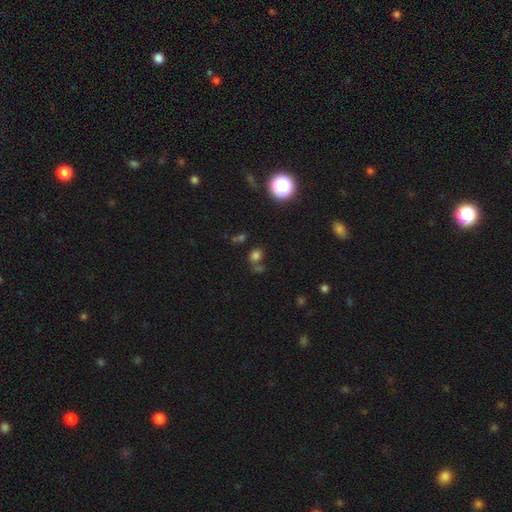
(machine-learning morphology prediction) The model was most divided on "how rounded": round: 63%, in between: 36%, cigar-shaped: 1%. More confident: smooth or featured — smooth (68%); merging — none (60%).